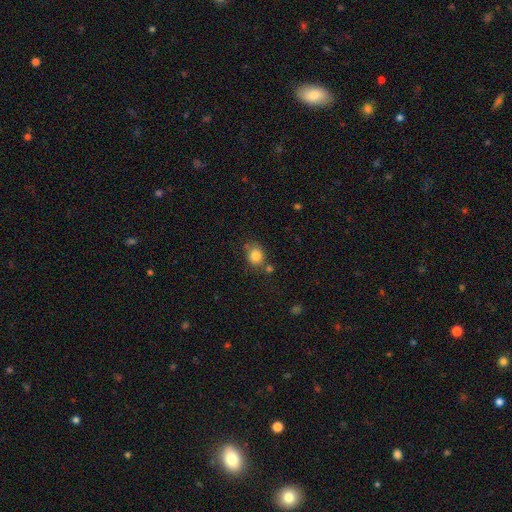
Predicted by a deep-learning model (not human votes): Overall: smooth (84%). How rounded: round (68%; in between 32%). Merging: none (66%).